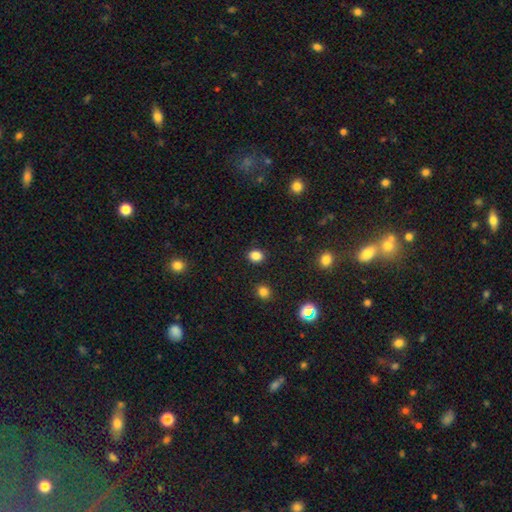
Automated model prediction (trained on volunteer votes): Overall: smooth (85%). How rounded: round (63%; in between 36%). Merging: none (90%).